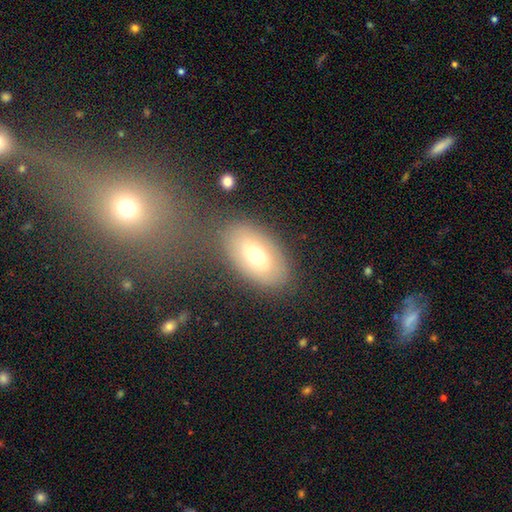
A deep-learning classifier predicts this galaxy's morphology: Smooth or featured?
  - smooth: 63% *
  - featured or disk: 28%
  - star or artifact: 9%
How rounded?
  - in between: 92% *
  - round: 6%
  - cigar-shaped: 2%
Merging?
  - none: 79% *
  - minor disturbance: 12%
  - merger: 4%
  - major disturbance: 4%